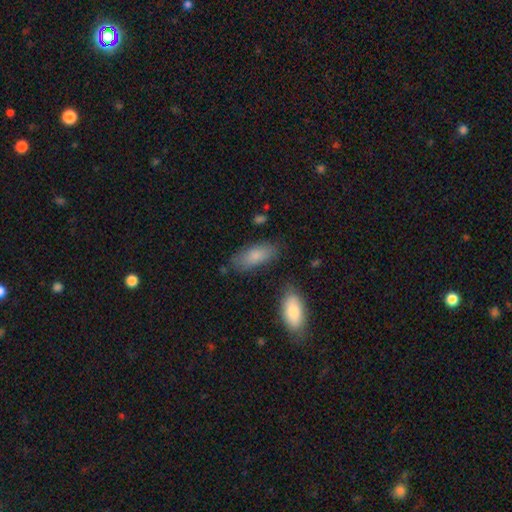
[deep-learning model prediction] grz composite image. It shows a smooth galaxy with no disk features (82%) that is in between round and cigar-shaped (82%). Merging: none (73%).